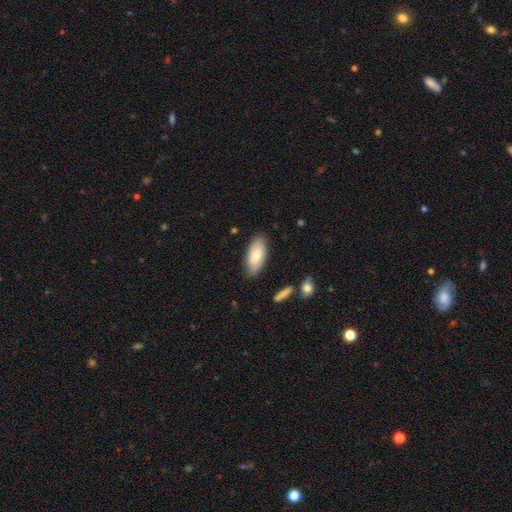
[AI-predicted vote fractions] Q: Smooth or featured?
A: smooth (67%); runner-up: featured or disk (27%)
Q: How rounded?
A: in between (88%); runner-up: cigar-shaped (10%)
Q: Merging?
A: none (79%); runner-up: minor disturbance (16%)